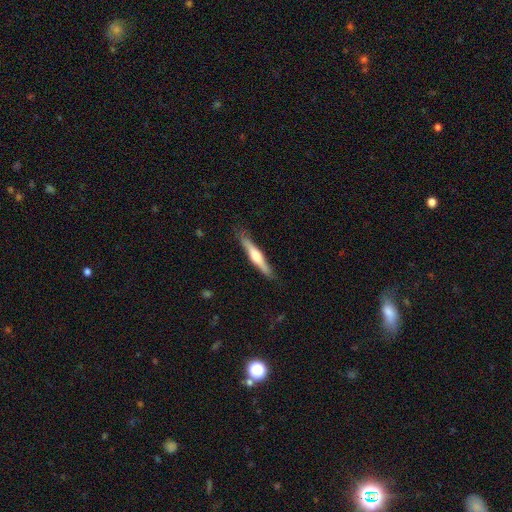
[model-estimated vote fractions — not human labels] featured or disk 56%, smooth 39%, star or artifact 5%. Down the decision tree: edge-on disk — yes (96%); edge-on bulge — rounded (82%); merging — none (84%).